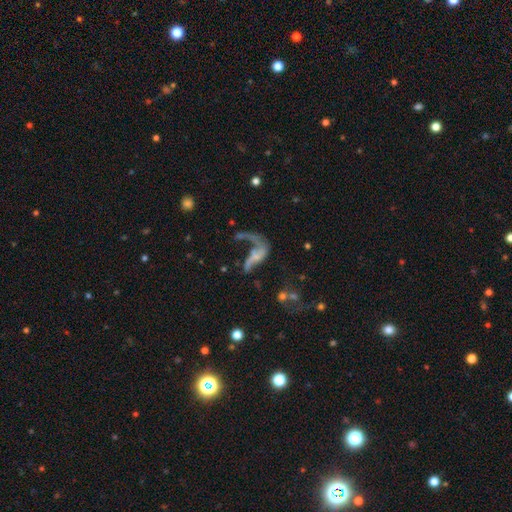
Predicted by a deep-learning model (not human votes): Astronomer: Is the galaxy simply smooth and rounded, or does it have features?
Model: featured or disk — 66%.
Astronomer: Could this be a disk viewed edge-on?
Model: no — 94%.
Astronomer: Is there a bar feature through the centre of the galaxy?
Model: no — 66%.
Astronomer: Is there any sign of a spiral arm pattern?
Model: yes — 60% (runner-up: no, 40%).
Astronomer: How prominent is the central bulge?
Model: none — 56%.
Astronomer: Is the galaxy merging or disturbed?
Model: major disturbance — 48%.